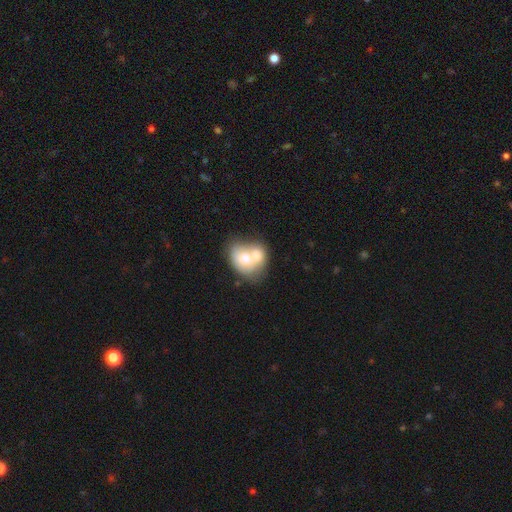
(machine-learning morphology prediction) This is likely a smooth galaxy (63%). How rounded: possibly in between (53%). Merging: likely merger (72%).